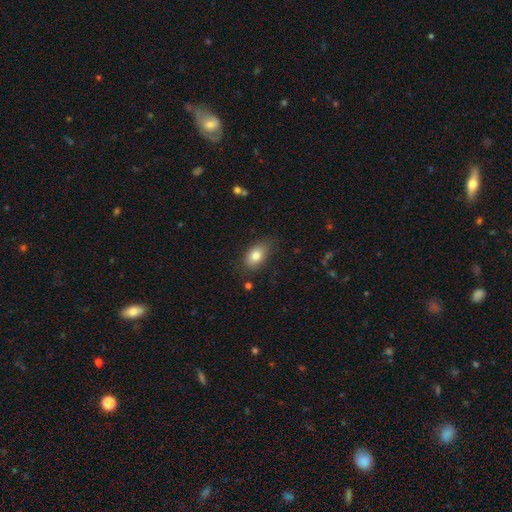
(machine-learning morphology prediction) This is clearly a smooth galaxy (81%). How rounded: clearly in between (87%). Merging: likely none (75%).